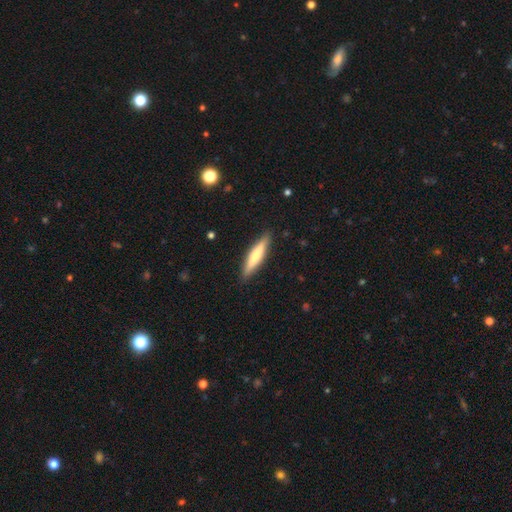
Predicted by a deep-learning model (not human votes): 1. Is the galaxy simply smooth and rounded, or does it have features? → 56% smooth, 39% featured or disk, 5% star or artifact.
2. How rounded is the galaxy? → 86% cigar-shaped, 13% in between, 1% round.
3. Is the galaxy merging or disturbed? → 89% none, 8% minor disturbance, 2% major disturbance, 1% merger.